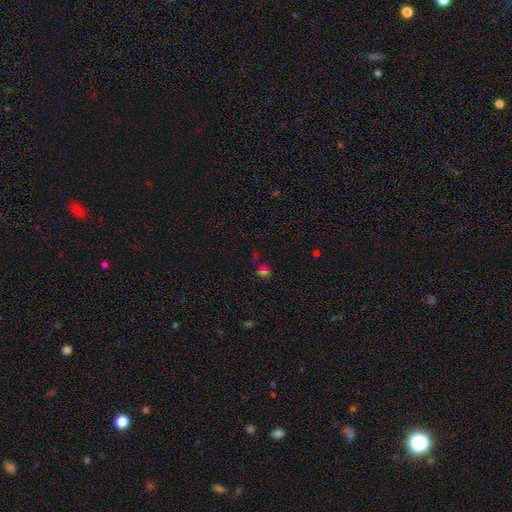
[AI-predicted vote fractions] Smooth or featured? Predicted: star or artifact (p=0.47).